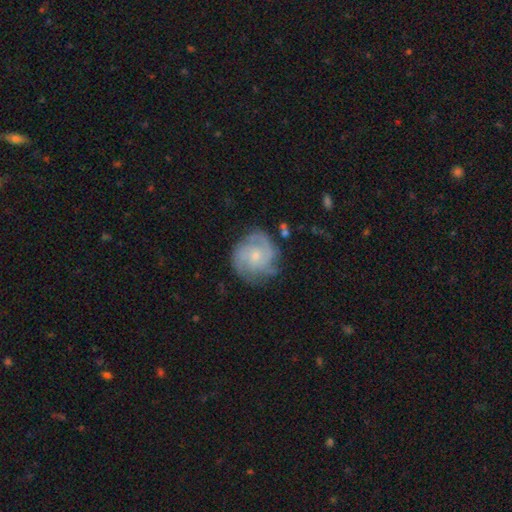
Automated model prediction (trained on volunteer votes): Overall: featured or disk (76%). Edge-on disk: no (98%). Bar: no (74%). Spiral arms: yes (93%). Spiral arm count: 3 (36%; can't tell 23%). Spiral winding: tight (52%; medium 38%). Bulge size: small (61%; moderate 33%). Merging: none (73%).